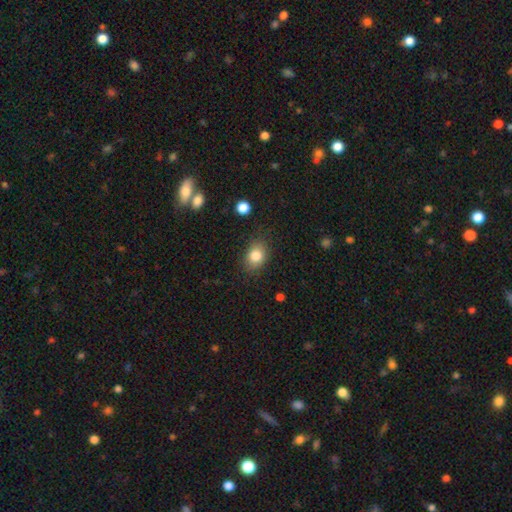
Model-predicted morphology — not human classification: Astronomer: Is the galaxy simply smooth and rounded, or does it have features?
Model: smooth — 83%.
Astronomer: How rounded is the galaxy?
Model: in between — 63%.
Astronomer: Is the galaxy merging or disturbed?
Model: none — 80%.